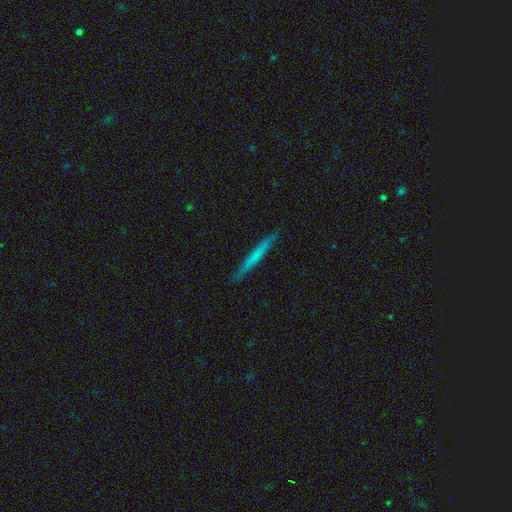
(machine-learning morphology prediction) Q: Smooth or featured?
A: smooth (52%); runner-up: featured or disk (42%)
Q: How rounded?
A: cigar-shaped (96%); runner-up: in between (2%)
Q: Merging?
A: none (91%); runner-up: minor disturbance (7%)